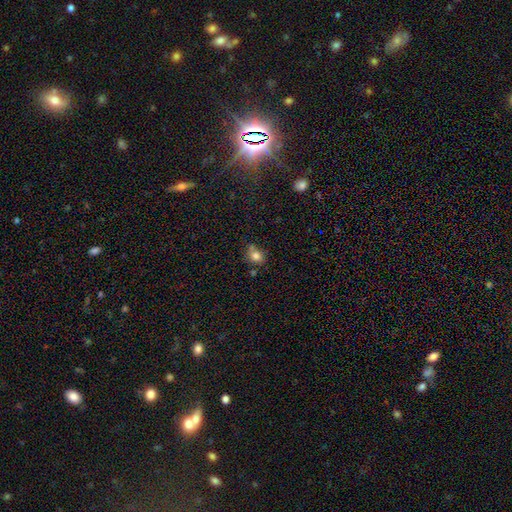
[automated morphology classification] Smooth or featured: smooth — 79% (star or artifact — 12%)
How rounded: round — 60% (in between — 39%)
Merging: none — 56% (minor disturbance — 24%)